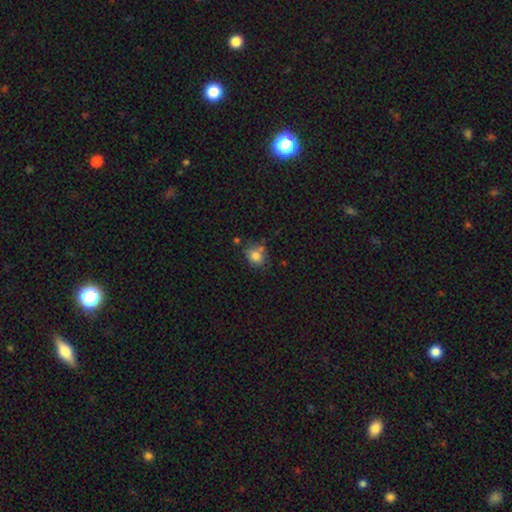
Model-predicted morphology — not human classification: Q: Smooth or featured?
A: smooth (78%); runner-up: featured or disk (11%)
Q: How rounded?
A: in between (53%); runner-up: round (46%)
Q: Merging?
A: none (61%); runner-up: minor disturbance (21%)